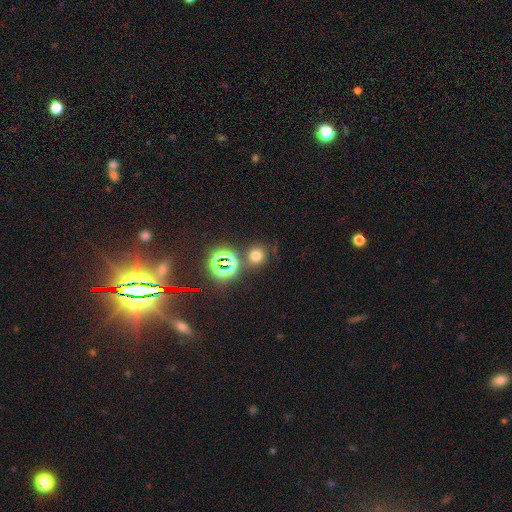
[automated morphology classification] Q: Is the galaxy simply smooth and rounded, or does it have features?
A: smooth — 64%.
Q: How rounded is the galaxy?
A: round — 86%.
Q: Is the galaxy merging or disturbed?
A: none — 76%.